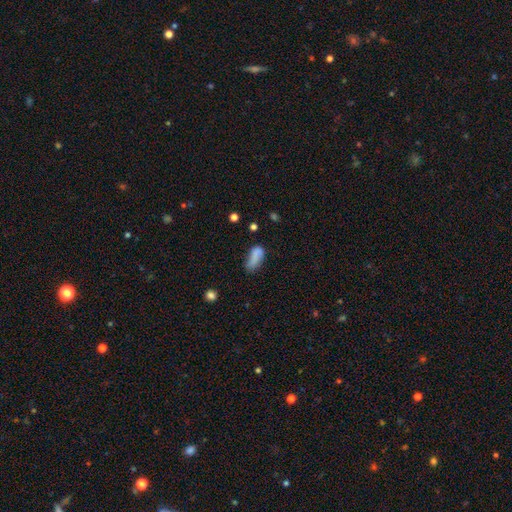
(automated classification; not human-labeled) Overall: smooth (75%). How rounded: in between (81%). Merging: none (48%; minor disturbance 30%).